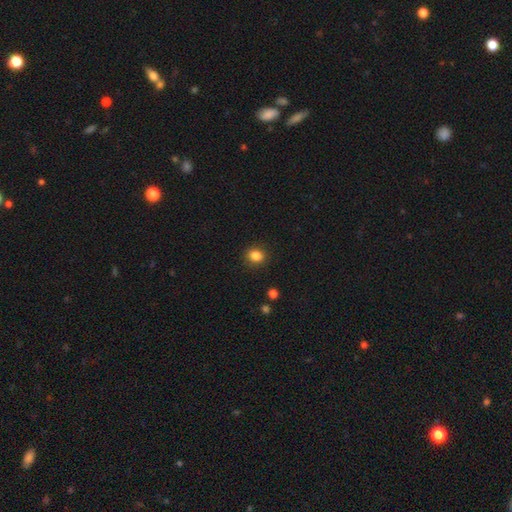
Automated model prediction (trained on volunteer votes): Morphology: type=smooth (85%); roundness=round (66%); merging=none (89%).